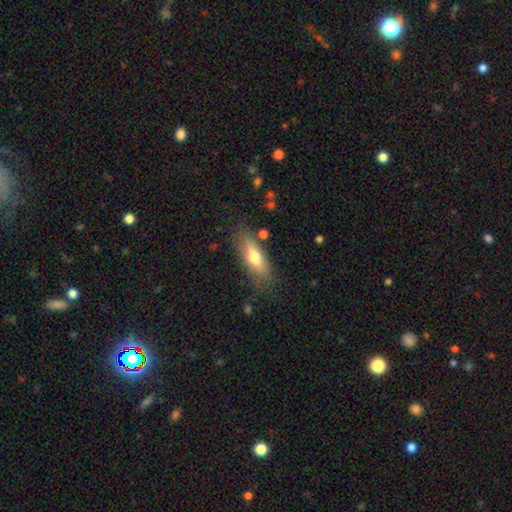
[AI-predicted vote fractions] This is possibly a smooth galaxy (59%). How rounded: possibly in between (57%). Merging: likely none (79%).